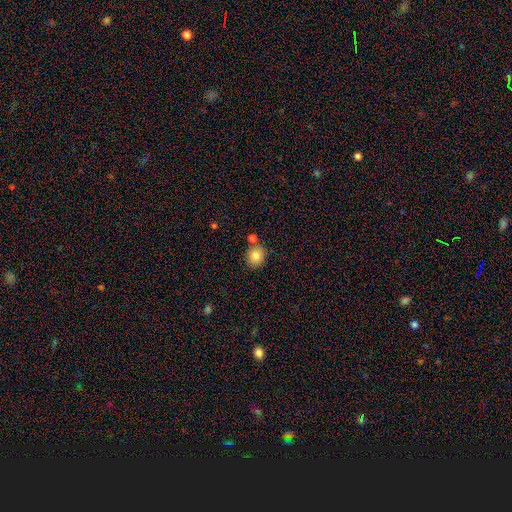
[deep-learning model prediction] Smooth or featured?
  - smooth: 83% *
  - star or artifact: 10%
  - featured or disk: 8%
How rounded?
  - round: 81% *
  - in between: 18%
  - cigar-shaped: 1%
Merging?
  - none: 72% *
  - merger: 16%
  - minor disturbance: 10%
  - major disturbance: 3%